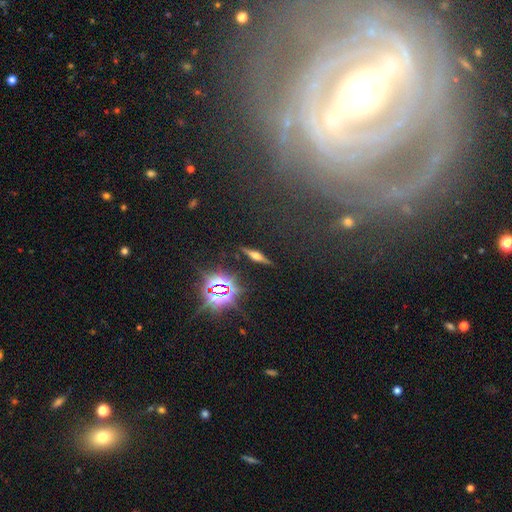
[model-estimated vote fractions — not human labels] This is possibly a featured or disk galaxy (54%). It is clearly viewed edge-on (93%). Edge-on bulge: clearly rounded (92%). Merging: clearly none (89%).